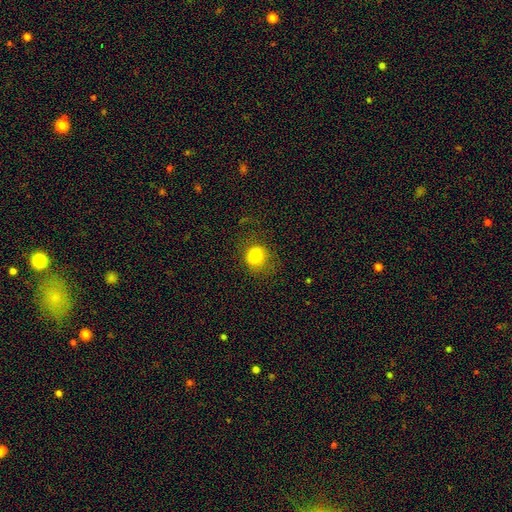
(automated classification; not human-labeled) Smooth or featured? smooth (80%)
How rounded? round (84%)
Merging? none (67%)